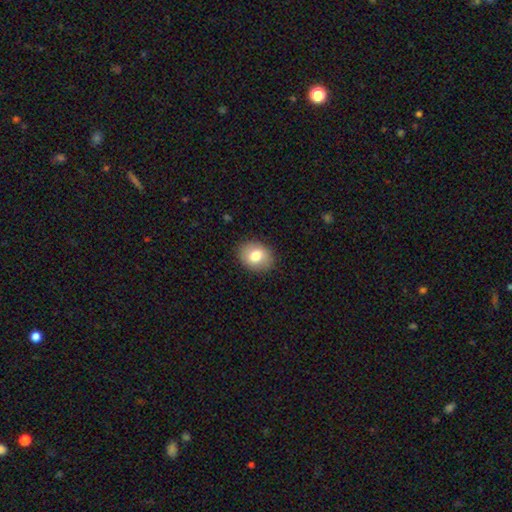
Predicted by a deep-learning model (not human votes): Smooth or featured?
  - smooth: 78% *
  - featured or disk: 14%
  - star or artifact: 8%
How rounded?
  - round: 50% *
  - in between: 49%
  - cigar-shaped: 1%
Merging?
  - none: 88% *
  - minor disturbance: 9%
  - major disturbance: 2%
  - merger: 1%